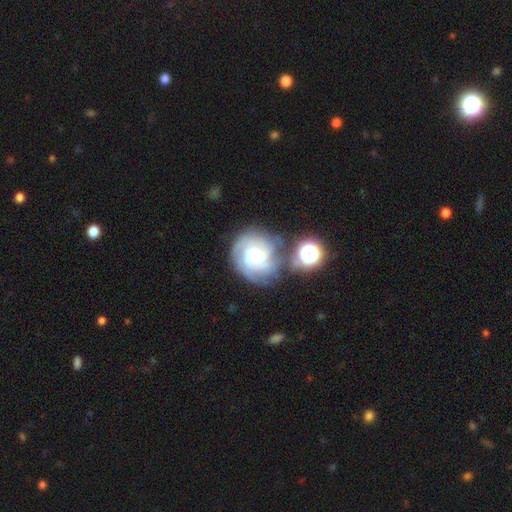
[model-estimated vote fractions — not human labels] Morphology: type=featured or disk (76%); edge-on=no (98%); bar=no (66%); spiral arms=yes (92%); winding=tight (66%); arm count=can't tell (37%); bulge=small (41%); merging=none (55%).